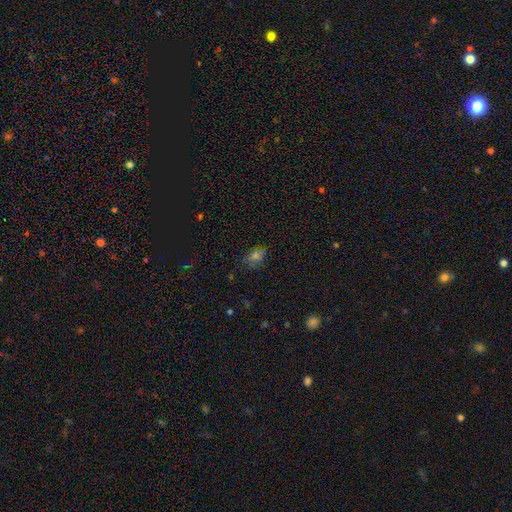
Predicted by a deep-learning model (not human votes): The model was most divided on "smooth or featured": smooth: 57%, star or artifact: 29%, featured or disk: 13%. More confident: merging — none (74%); how rounded — in between (72%).